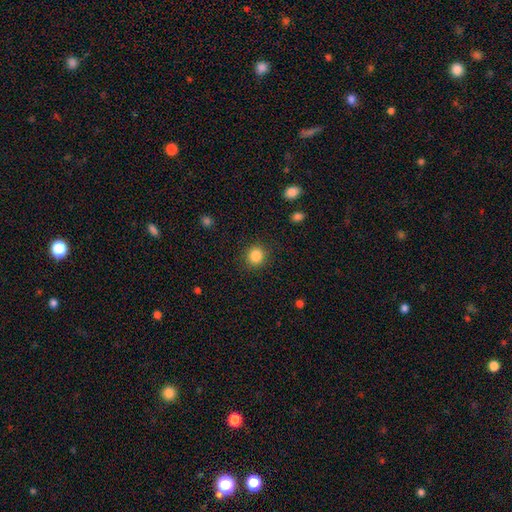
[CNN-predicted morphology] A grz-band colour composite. It shows a smooth galaxy with no disk features (86%) that is round (89%). Merging: none (90%).